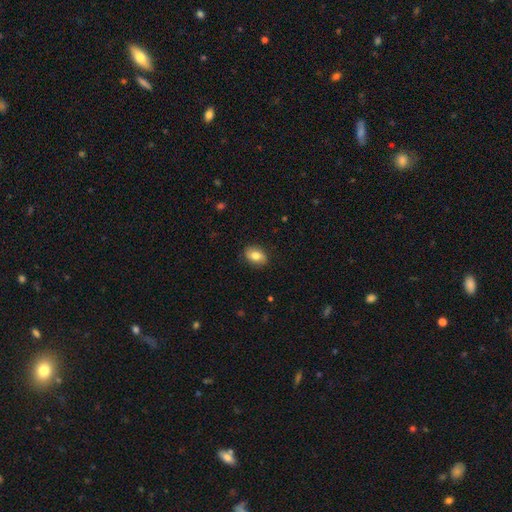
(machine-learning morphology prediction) smooth_or_featured: smooth (p=0.72) [alt: featured or disk p=0.20]
how_rounded: in between (p=0.77) [alt: round p=0.22]
merging: none (p=0.85) [alt: minor disturbance p=0.12]